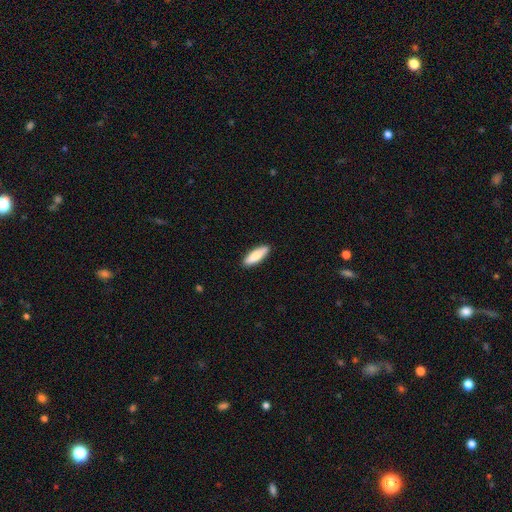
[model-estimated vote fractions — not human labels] A smooth galaxy with no disk features (84%) that is in between round and cigar-shaped (55%).

Vote fractions:
- Smooth or featured? smooth: 84% / featured or disk: 11% / star or artifact: 5%
- How rounded? in between: 55% / cigar-shaped: 44% / round: 2%
- Merging? none: 89% / minor disturbance: 8% / major disturbance: 2% / merger: 1%